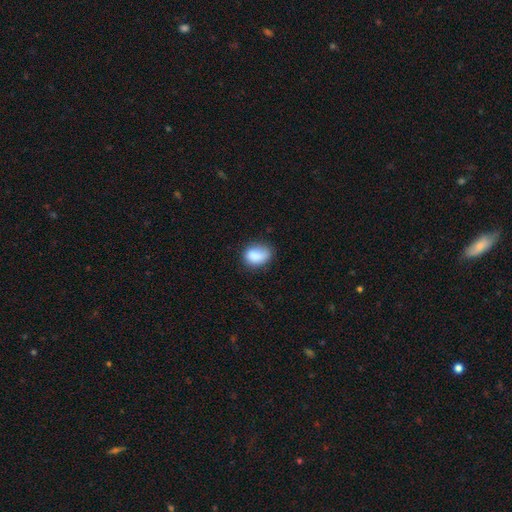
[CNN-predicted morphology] type=smooth (87%); roundness=in between (73%); merging=none (65%).